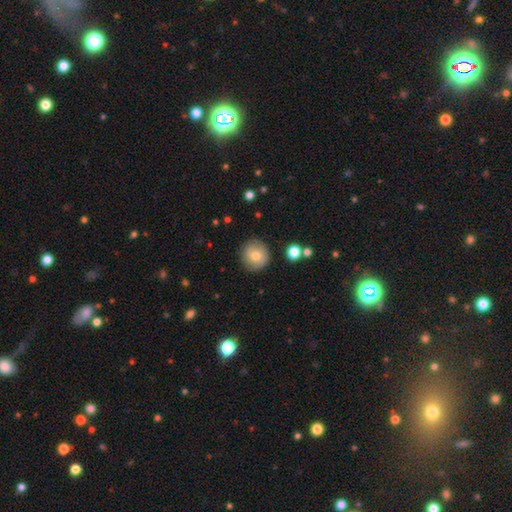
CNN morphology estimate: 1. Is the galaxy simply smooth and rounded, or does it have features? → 70% smooth, 22% featured or disk, 9% star or artifact.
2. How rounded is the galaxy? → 94% round, 5% in between, 1% cigar-shaped.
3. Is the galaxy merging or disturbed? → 86% none, 9% minor disturbance, 2% major disturbance, 2% merger.